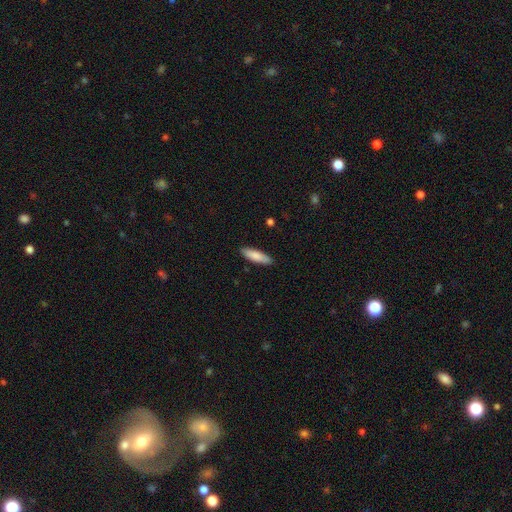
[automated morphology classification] A smooth galaxy with no disk features (82%) that is cigar-shaped (64%).

Vote fractions:
- Smooth or featured? smooth: 82% / featured or disk: 12% / star or artifact: 5%
- How rounded? cigar-shaped: 64% / in between: 35% / round: 1%
- Merging? none: 89% / minor disturbance: 8% / major disturbance: 2% / merger: 1%